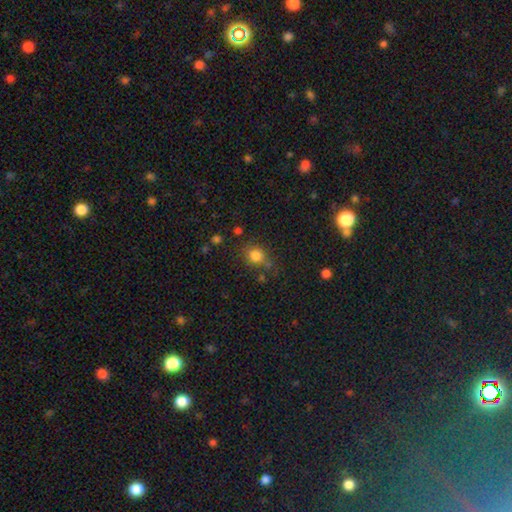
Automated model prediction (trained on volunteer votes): smooth 81%, star or artifact 13%, featured or disk 7%. Down the decision tree: how rounded — round (80%); merging — none (67%).